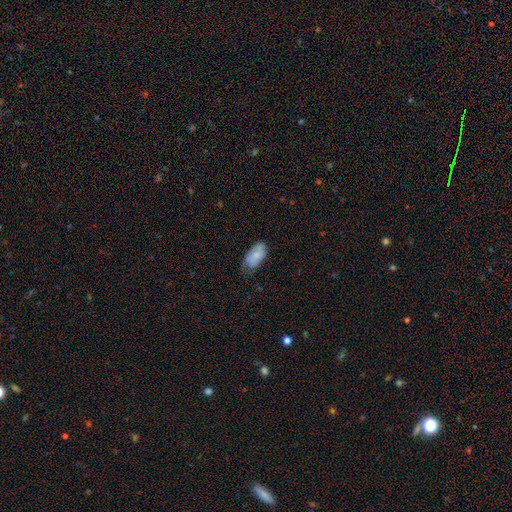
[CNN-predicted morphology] Overall: smooth (78%). How rounded: in between (93%). Merging: none (58%; minor disturbance 33%).